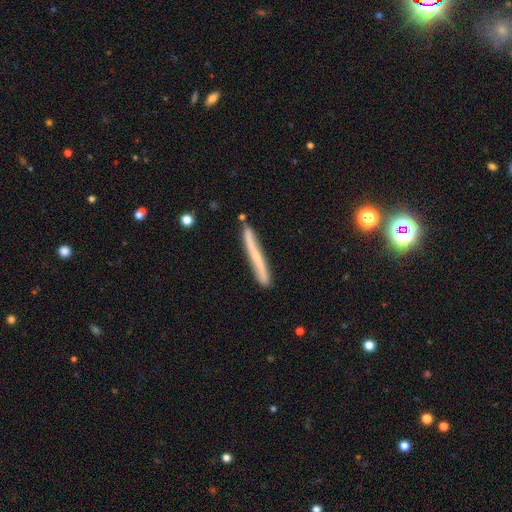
smooth-or-featured: smooth: 57% | featured or disk: 38% | star or artifact: 5%
  how-rounded: cigar-shaped: 100% | round: 0% | in between: 0%
  merging: none: 83% | minor disturbance: 14% | merger: 3% | major disturbance: 0%